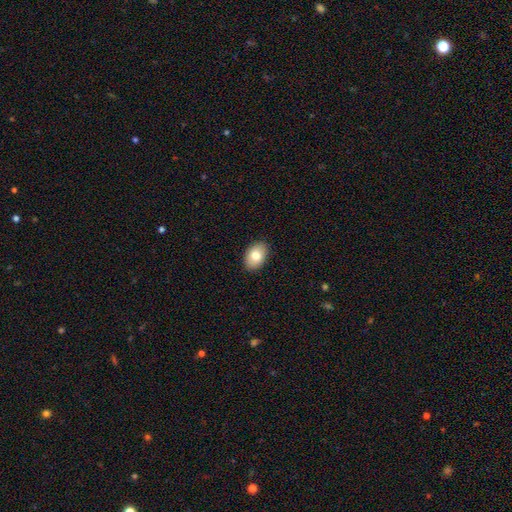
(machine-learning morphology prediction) This is clearly a smooth galaxy (80%). How rounded: clearly in between (85%). Merging: clearly none (89%).